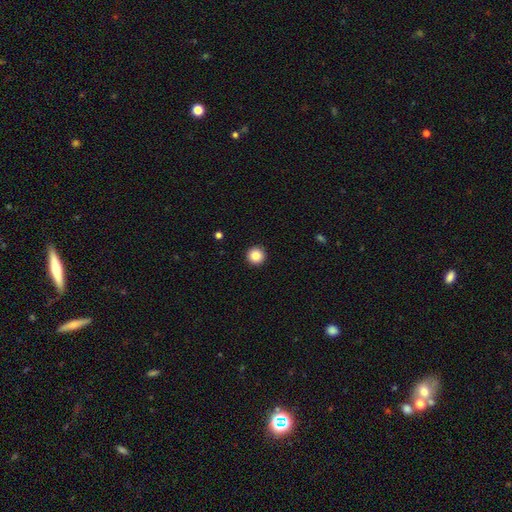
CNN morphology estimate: A smooth galaxy with no disk features (86%) that is round (97%). Merging: none (94%).